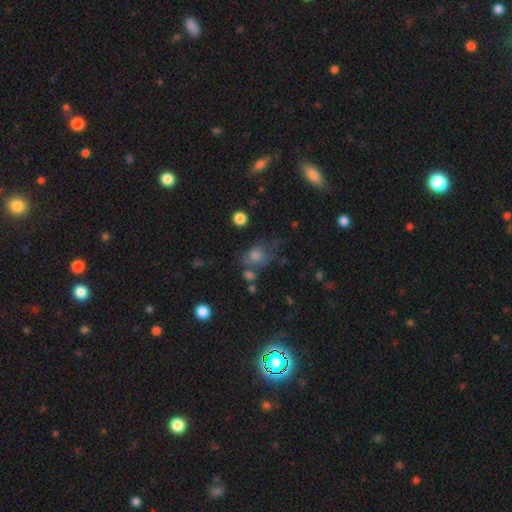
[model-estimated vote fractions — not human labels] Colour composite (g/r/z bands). It shows a smooth galaxy with no disk features (63%) that is round (51%). Merging: none (48%).